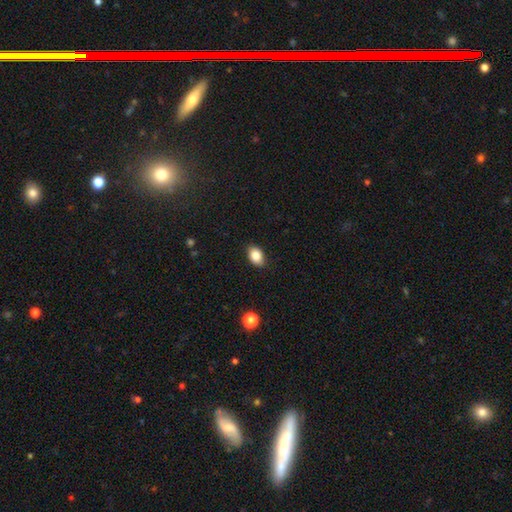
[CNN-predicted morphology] Smooth or featured: smooth — 85% (star or artifact — 8%)
How rounded: in between — 83% (round — 16%)
Merging: none — 87% (minor disturbance — 10%)